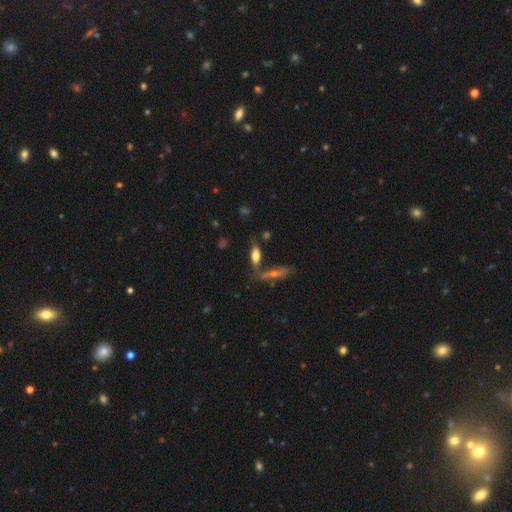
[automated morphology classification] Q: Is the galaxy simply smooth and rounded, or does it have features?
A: smooth — 67%.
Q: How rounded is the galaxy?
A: in between — 64%.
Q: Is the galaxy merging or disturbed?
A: none — 63%.